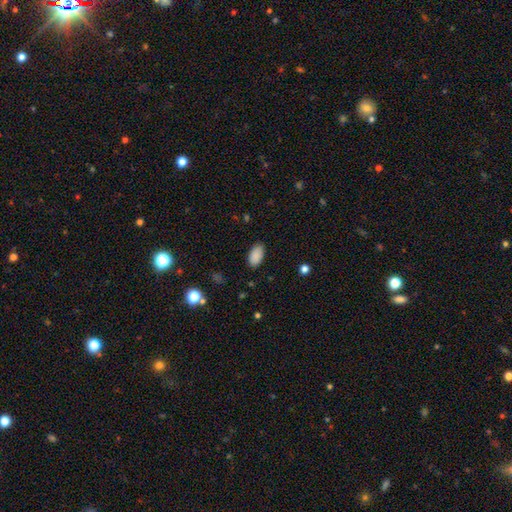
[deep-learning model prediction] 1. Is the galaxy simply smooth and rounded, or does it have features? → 89% smooth, 7% star or artifact, 3% featured or disk.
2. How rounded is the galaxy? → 95% in between, 3% round, 2% cigar-shaped.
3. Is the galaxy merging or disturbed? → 86% none, 11% minor disturbance, 2% major disturbance, 1% merger.